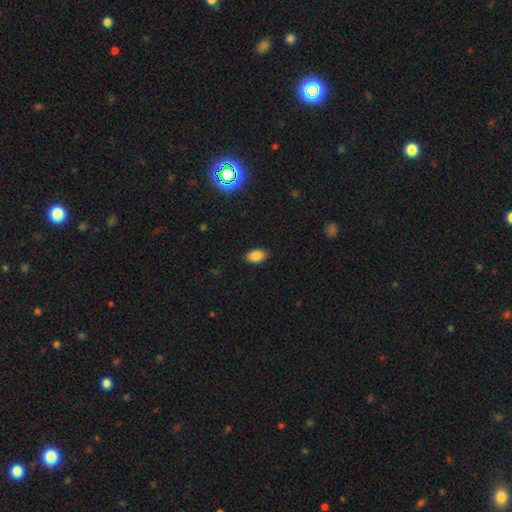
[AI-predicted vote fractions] Smooth or featured: smooth — 85% (star or artifact — 10%)
How rounded: in between — 91% (round — 7%)
Merging: none — 87% (minor disturbance — 10%)